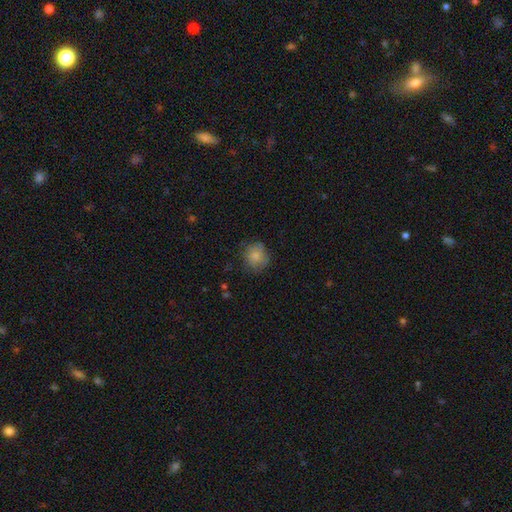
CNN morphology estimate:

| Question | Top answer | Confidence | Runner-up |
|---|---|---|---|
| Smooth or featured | smooth | 80% | featured or disk (11%) |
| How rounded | round | 83% | in between (16%) |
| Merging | none | 73% | minor disturbance (20%) |